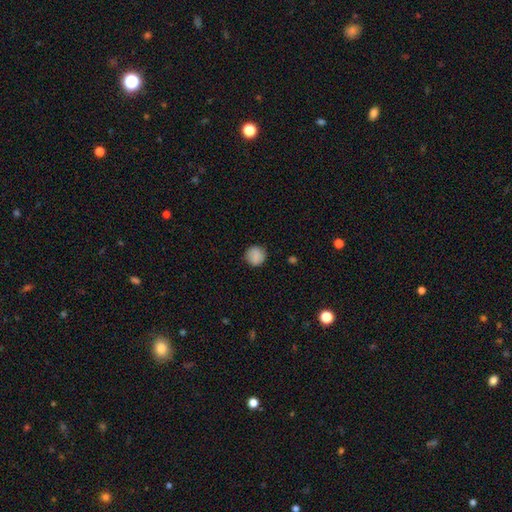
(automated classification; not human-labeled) Q: Smooth or featured?
A: smooth (85%); runner-up: star or artifact (8%)
Q: How rounded?
A: round (92%); runner-up: in between (7%)
Q: Merging?
A: none (87%); runner-up: minor disturbance (9%)